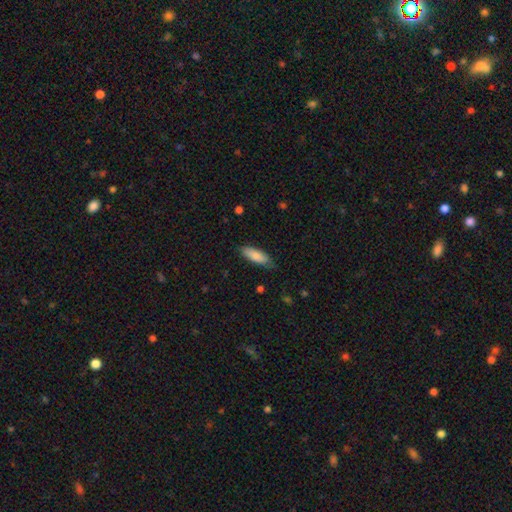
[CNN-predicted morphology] Smooth or featured? Predicted: smooth (p=0.84). How rounded? Predicted: in between (p=0.61). Merging? Predicted: none (p=0.75).